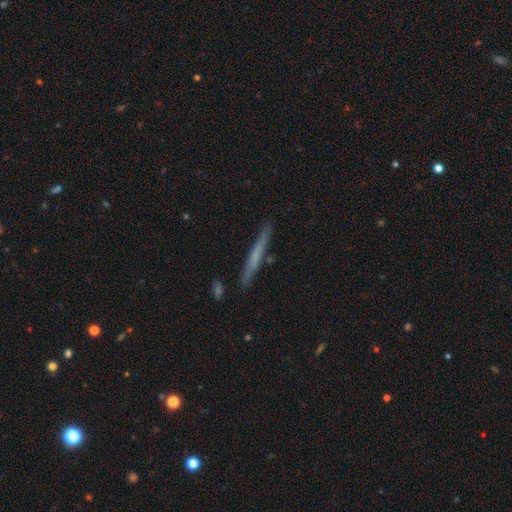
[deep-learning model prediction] The model was most divided on "smooth or featured": featured or disk: 48%, smooth: 46%, star or artifact: 6%. More confident: merging — none (87%).